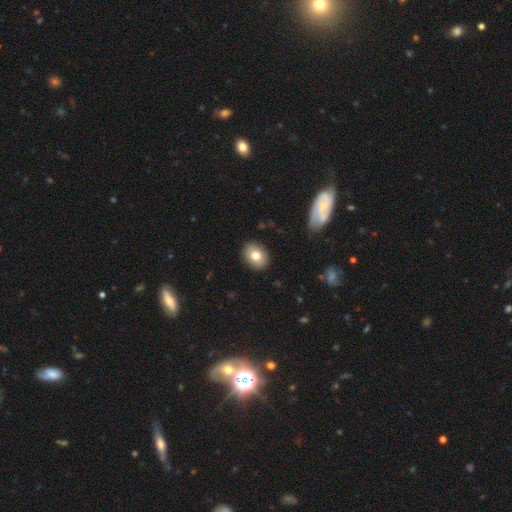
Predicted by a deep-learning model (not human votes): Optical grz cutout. It shows a smooth galaxy with no disk features (79%) that is in between round and cigar-shaped (60%). Merging: none (89%).